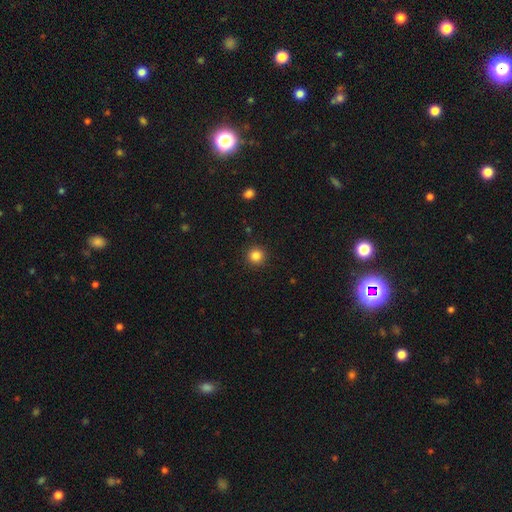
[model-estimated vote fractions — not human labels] A smooth galaxy with no disk features (84%) that is round (95%). Merging: none (92%).